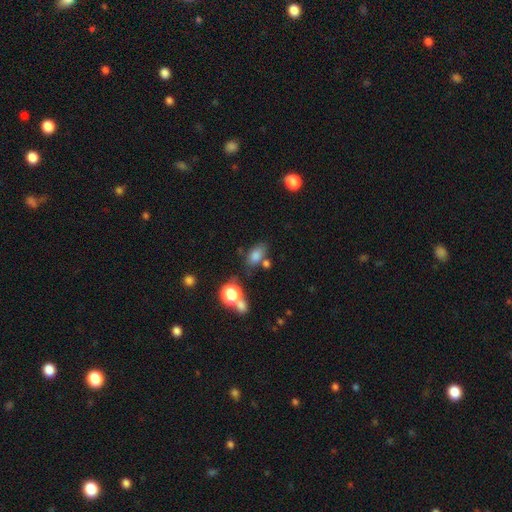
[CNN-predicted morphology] Smooth or featured? smooth (77%)
How rounded? in between (83%)
Merging? none (61%)